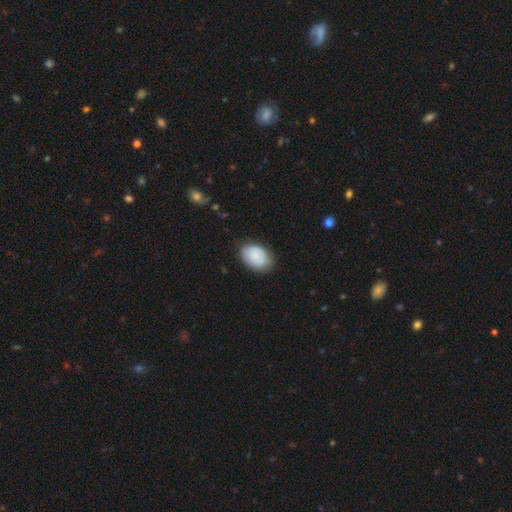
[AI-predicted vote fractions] Smooth or featured?
  - smooth: 83% *
  - featured or disk: 10%
  - star or artifact: 7%
How rounded?
  - in between: 84% *
  - round: 15%
  - cigar-shaped: 1%
Merging?
  - none: 78% *
  - minor disturbance: 17%
  - major disturbance: 4%
  - merger: 1%